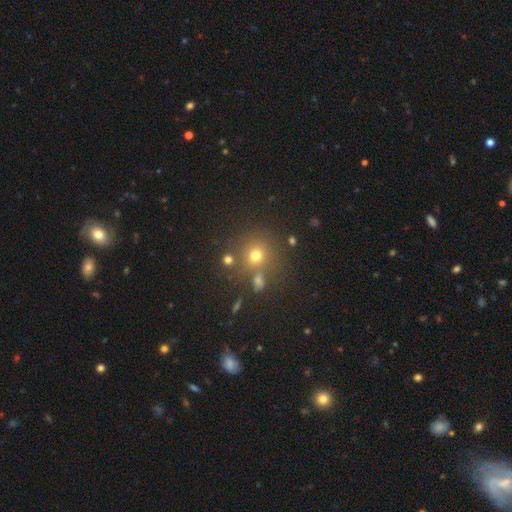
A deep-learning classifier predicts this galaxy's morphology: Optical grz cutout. It shows a smooth galaxy with no disk features (70%) that is round (87%). Merging: none (71%).